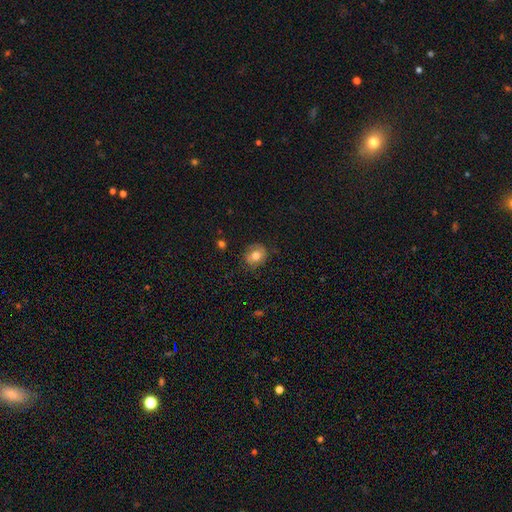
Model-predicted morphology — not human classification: smooth 69%, featured or disk 22%, star or artifact 10%. Down the decision tree: how rounded — round (70%); merging — none (77%).